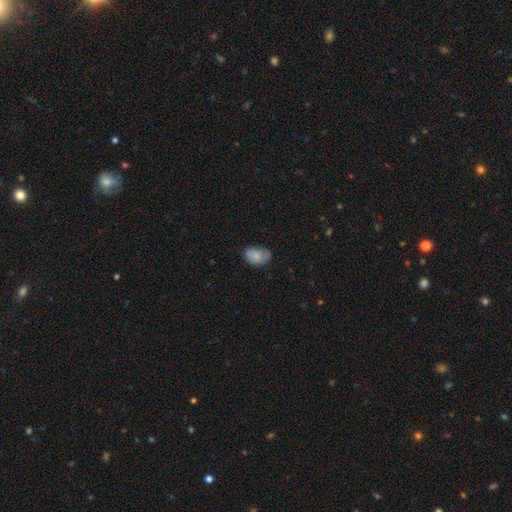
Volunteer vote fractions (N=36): Overall: smooth (75%). How rounded: in between (93%). Merging: minor disturbance (44%; none 38%).